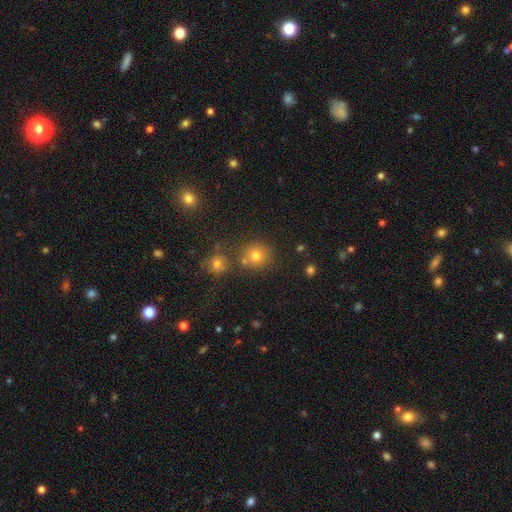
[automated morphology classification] Smooth or featured? smooth (74%)
How rounded? round (89%)
Merging? none (73%)